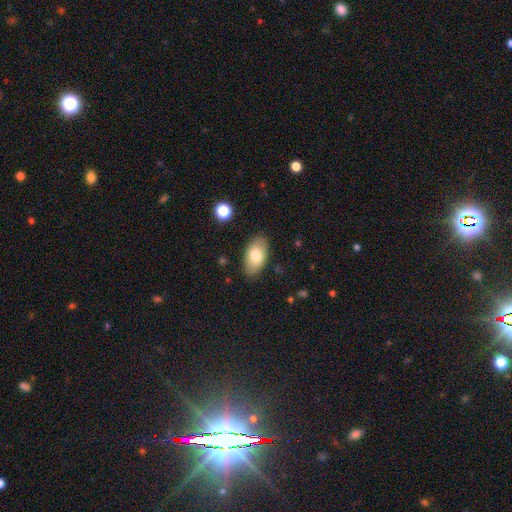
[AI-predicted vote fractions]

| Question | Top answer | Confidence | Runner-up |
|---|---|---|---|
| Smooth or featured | smooth | 76% | featured or disk (17%) |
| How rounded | in between | 94% | round (4%) |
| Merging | none | 86% | minor disturbance (10%) |